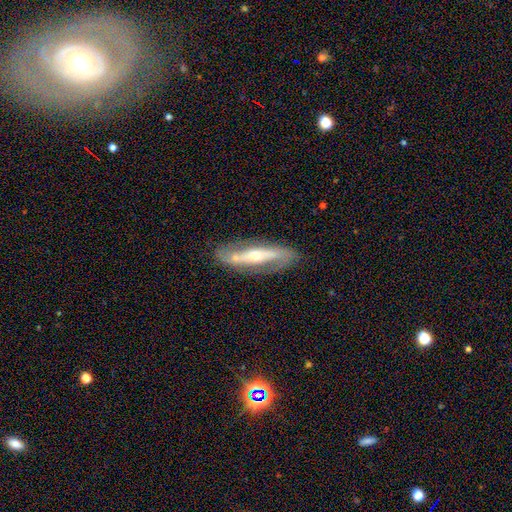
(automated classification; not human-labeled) A featured or disk galaxy (76%). Merging: none (77%).